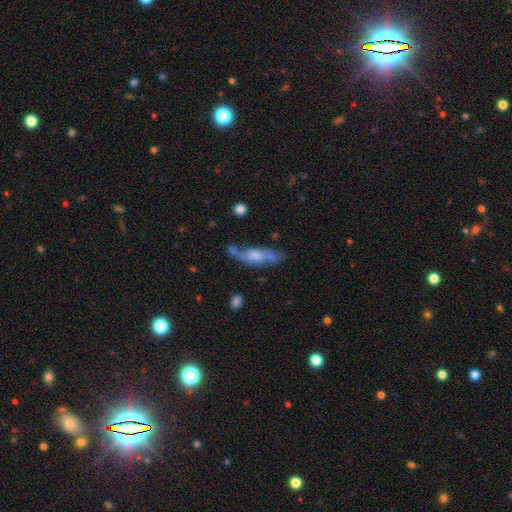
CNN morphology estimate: Q: Smooth or featured?
A: featured or disk (58%); runner-up: smooth (33%)
Q: Edge-on disk?
A: no (73%); runner-up: yes (27%)
Q: Merging?
A: none (42%); runner-up: minor disturbance (25%)